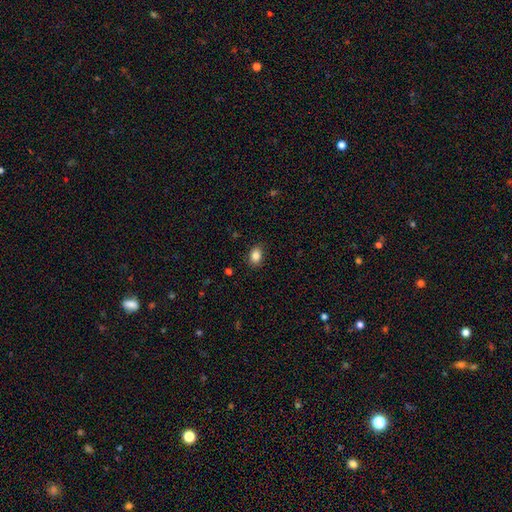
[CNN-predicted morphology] This appears to be a smooth galaxy with no disk features (86%) that is in between round and cigar-shaped (72%). Merging: none (87%).